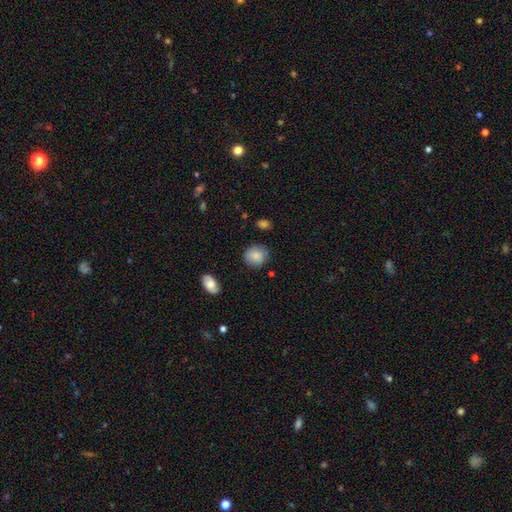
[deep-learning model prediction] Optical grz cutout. It shows a smooth galaxy with no disk features (84%) that is round (77%). Merging: none (78%).